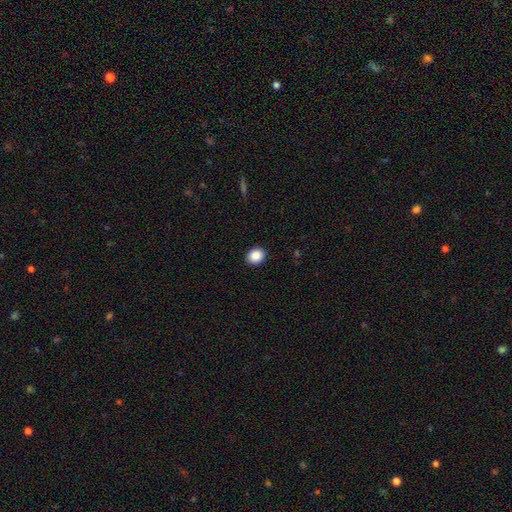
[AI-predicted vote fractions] smooth 88%, star or artifact 9%, featured or disk 3%. Down the decision tree: how rounded — round (57%); merging — none (91%).